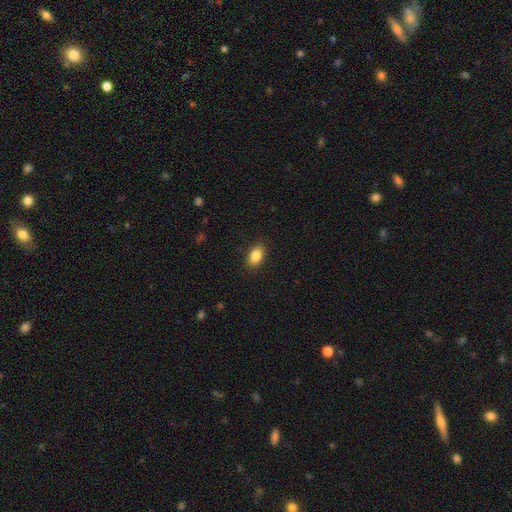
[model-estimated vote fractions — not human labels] Smooth or featured? smooth (87%)
How rounded? in between (91%)
Merging? none (89%)